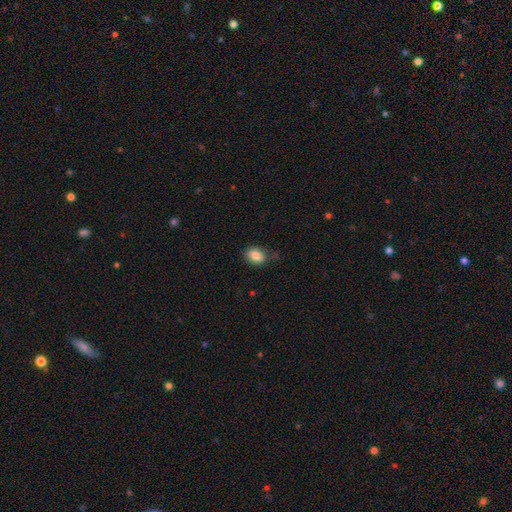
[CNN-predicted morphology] This appears to be a smooth galaxy with no disk features (87%) that is in between round and cigar-shaped (79%). Merging: none (78%).